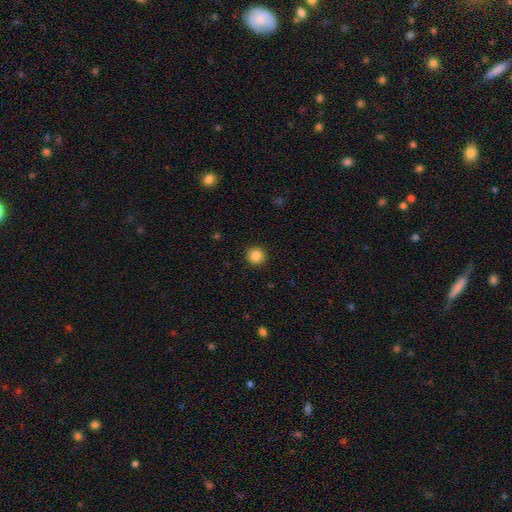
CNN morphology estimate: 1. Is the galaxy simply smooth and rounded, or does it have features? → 86% smooth, 10% star or artifact, 4% featured or disk.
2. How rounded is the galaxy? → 93% round, 6% in between, 1% cigar-shaped.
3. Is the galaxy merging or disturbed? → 92% none, 6% minor disturbance, 2% major disturbance, 1% merger.